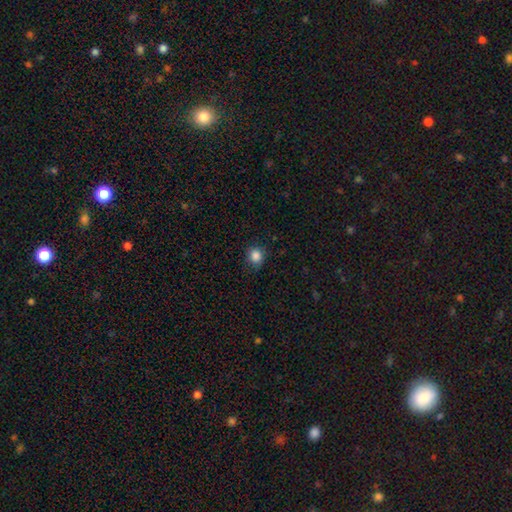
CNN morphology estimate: Q: Smooth or featured?
A: smooth (86%); runner-up: star or artifact (11%)
Q: How rounded?
A: round (81%); runner-up: in between (18%)
Q: Merging?
A: none (84%); runner-up: minor disturbance (13%)